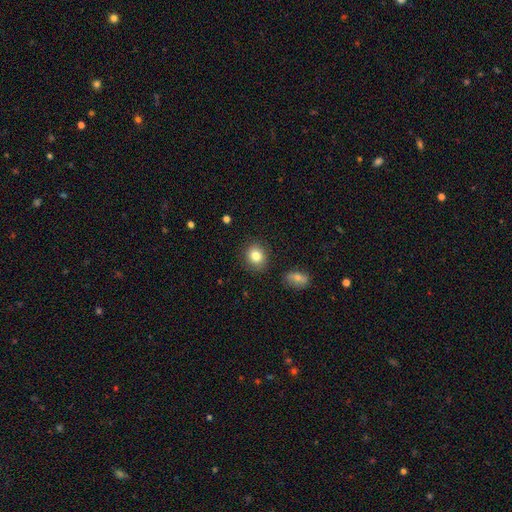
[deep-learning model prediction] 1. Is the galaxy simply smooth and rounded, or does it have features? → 83% smooth, 9% star or artifact, 8% featured or disk.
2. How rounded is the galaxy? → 68% round, 31% in between, 1% cigar-shaped.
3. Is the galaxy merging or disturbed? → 86% none, 9% minor disturbance, 2% merger, 2% major disturbance.